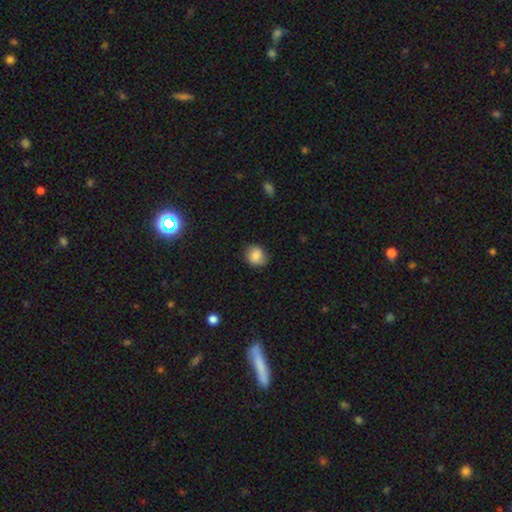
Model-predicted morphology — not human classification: smooth-or-featured: smooth: 82% | featured or disk: 9% | star or artifact: 9%
  how-rounded: round: 76% | in between: 23% | cigar-shaped: 1%
  merging: none: 74% | minor disturbance: 20% | major disturbance: 4% | merger: 1%